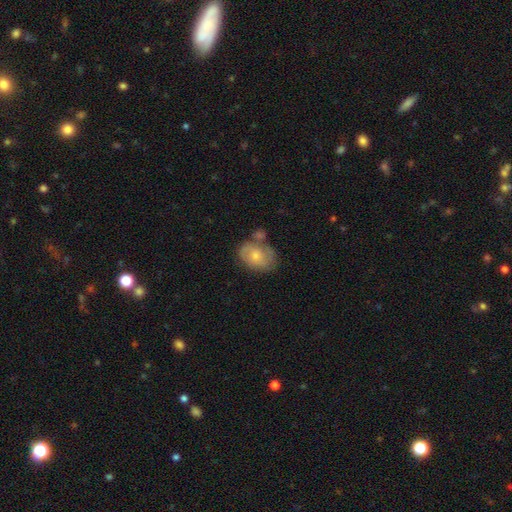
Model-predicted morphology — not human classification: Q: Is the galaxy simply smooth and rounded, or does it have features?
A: smooth — 52%.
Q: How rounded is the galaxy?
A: in between — 66%.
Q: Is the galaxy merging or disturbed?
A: none — 43%.